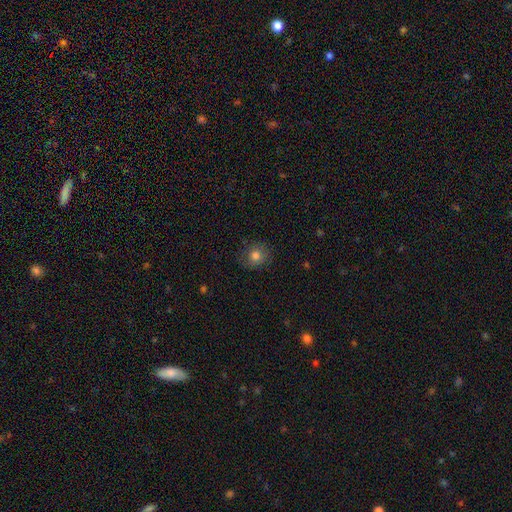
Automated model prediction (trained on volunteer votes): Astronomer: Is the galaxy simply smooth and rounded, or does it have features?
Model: smooth — 80%.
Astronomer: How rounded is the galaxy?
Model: round — 83%.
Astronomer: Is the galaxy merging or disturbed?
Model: none — 84%.